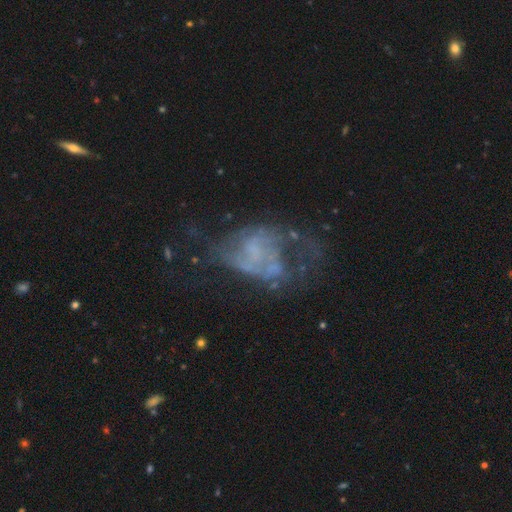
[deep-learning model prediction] This is likely a featured or disk galaxy (65%). It is clearly not viewed edge-on (97%). Bar: clearly no (80%). Spiral arm pattern: likely no (66%). Central bulge: likely none (74%). Merging: possibly major disturbance (46%).